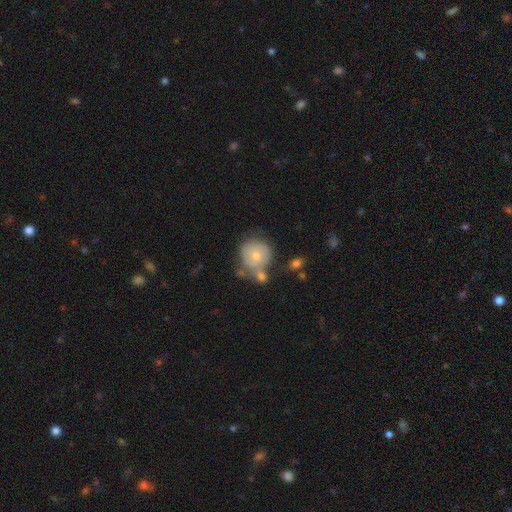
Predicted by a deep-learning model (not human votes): Q: Smooth or featured?
A: smooth (56%); runner-up: featured or disk (37%)
Q: How rounded?
A: round (87%); runner-up: in between (12%)
Q: Merging?
A: none (44%); runner-up: merger (25%)